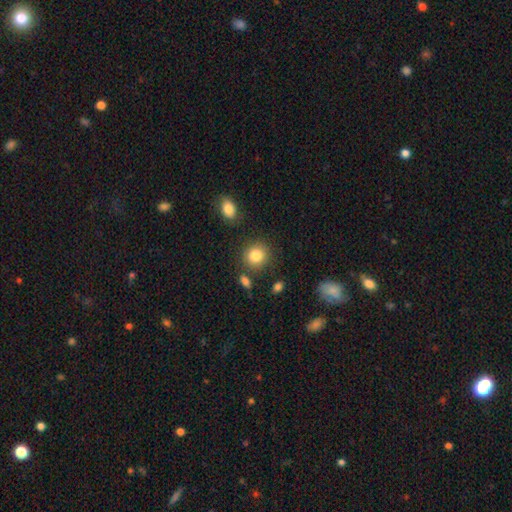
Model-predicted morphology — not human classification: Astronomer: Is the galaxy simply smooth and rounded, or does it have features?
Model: smooth — 84%.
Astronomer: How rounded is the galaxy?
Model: round — 82%.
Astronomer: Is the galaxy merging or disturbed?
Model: none — 82%.